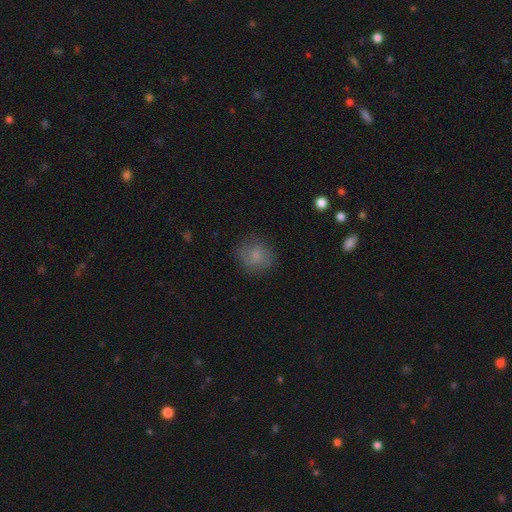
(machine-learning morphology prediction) This appears to be a smooth galaxy with no disk features (75%) that is round (82%). Merging: none (76%).